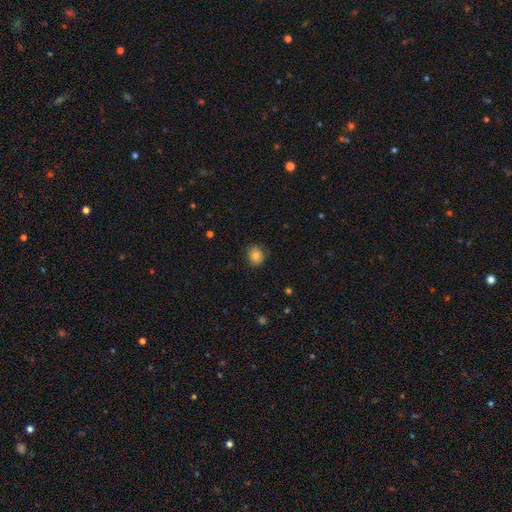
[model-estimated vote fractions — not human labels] This is likely a smooth galaxy (79%). How rounded: likely round (78%). Merging: likely none (78%).